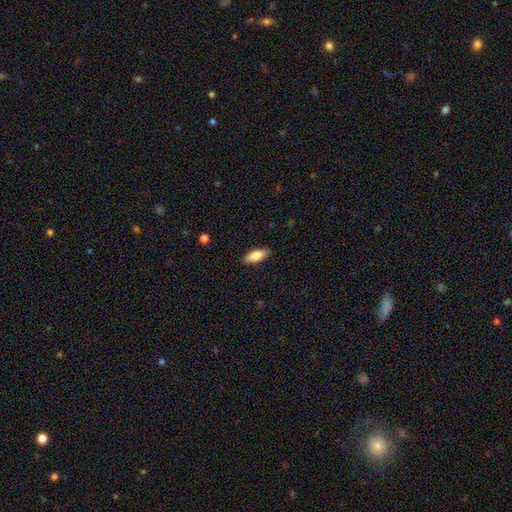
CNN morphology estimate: smooth 79%, featured or disk 15%, star or artifact 6%. Down the decision tree: how rounded — in between (78%); merging — none (88%).